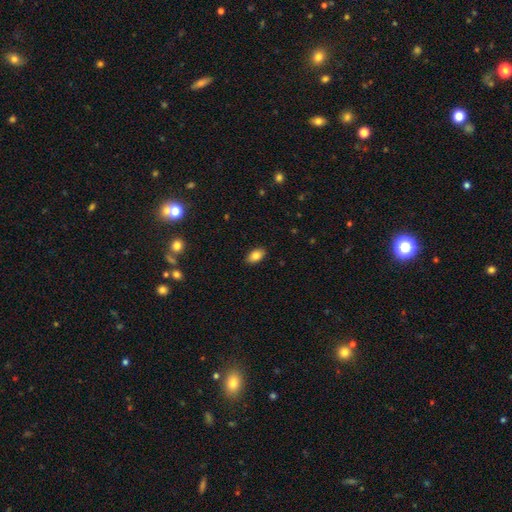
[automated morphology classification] The model was most divided on "smooth or featured": smooth: 84%, star or artifact: 8%, featured or disk: 7%. More confident: how rounded — in between (91%); merging — none (88%).